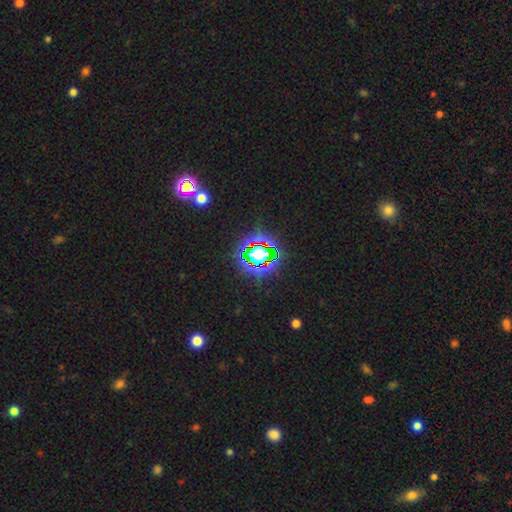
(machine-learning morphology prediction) Smooth or featured? Predicted: star or artifact (p=0.74).